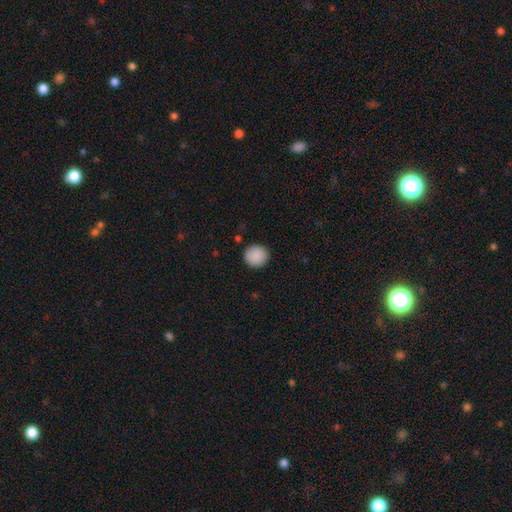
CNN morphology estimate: A smooth galaxy with no disk features (90%) that is round (94%). Merging: none (91%).